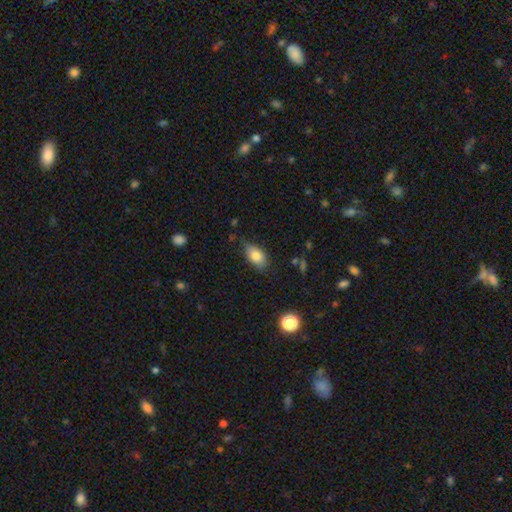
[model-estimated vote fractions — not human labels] Smooth or featured?
  - smooth: 80% *
  - featured or disk: 12%
  - star or artifact: 8%
How rounded?
  - in between: 89% *
  - round: 8%
  - cigar-shaped: 3%
Merging?
  - none: 70% *
  - minor disturbance: 24%
  - major disturbance: 4%
  - merger: 2%